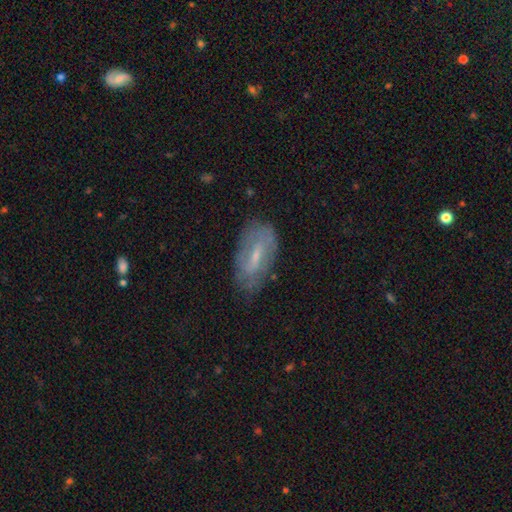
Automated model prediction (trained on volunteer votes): Morphology: type=featured or disk (57%); edge-on=no (87%); merging=none (70%).